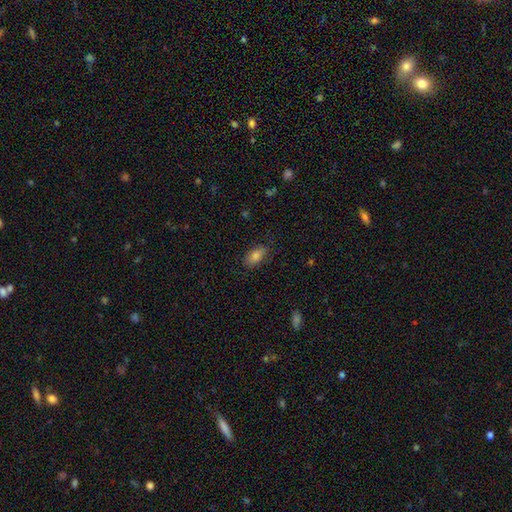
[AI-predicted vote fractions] smooth 79%, featured or disk 11%, star or artifact 10%. Down the decision tree: how rounded — in between (87%); merging — none (79%).